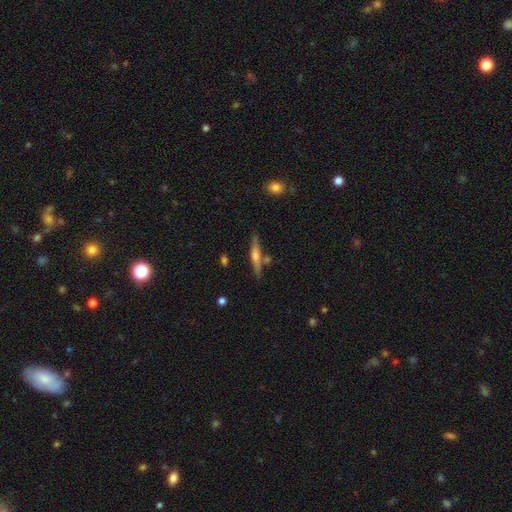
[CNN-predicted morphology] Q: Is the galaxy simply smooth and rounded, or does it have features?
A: featured or disk — 57%.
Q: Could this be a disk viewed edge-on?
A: yes — 96%.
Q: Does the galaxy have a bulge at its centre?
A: rounded — 74%.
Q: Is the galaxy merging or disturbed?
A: none — 79%.